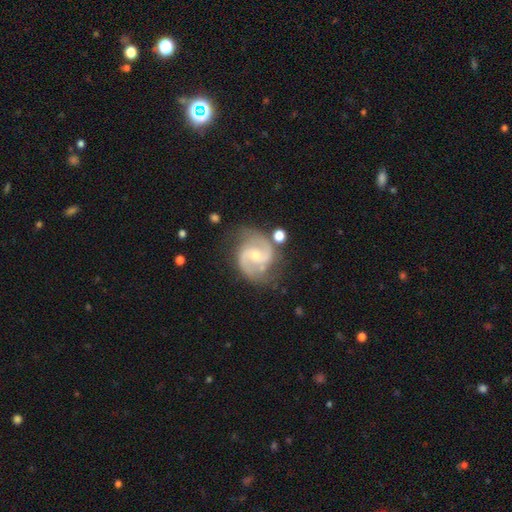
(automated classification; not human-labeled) Smooth or featured? featured or disk (88%)
Edge-on disk? no (98%)
Bar? weak (46%)
Spiral arms? yes (97%)
Spiral winding? medium (61%)
Spiral arm count? 2 (92%)
Bulge size? small (51%)
Merging? none (71%)